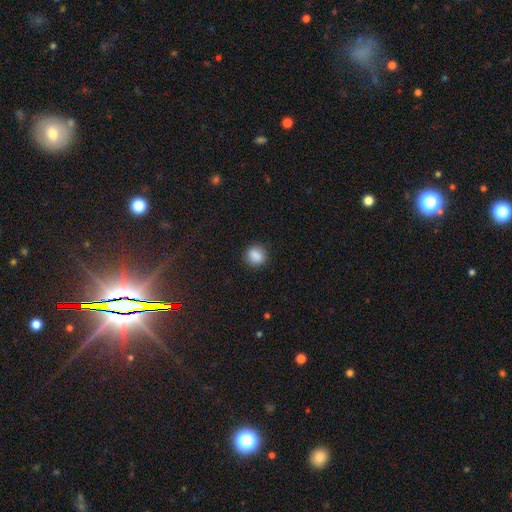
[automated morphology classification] Overall: smooth (88%). How rounded: round (81%). Merging: none (88%).